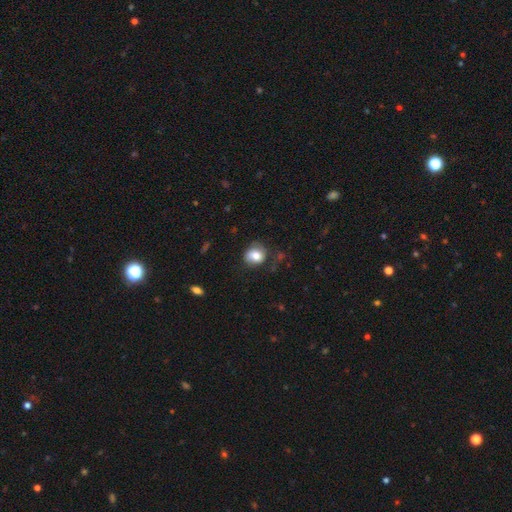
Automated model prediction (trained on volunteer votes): Smooth or featured?
  - smooth: 78% *
  - featured or disk: 13%
  - star or artifact: 9%
How rounded?
  - round: 69% *
  - in between: 30%
  - cigar-shaped: 1%
Merging?
  - none: 64% *
  - minor disturbance: 24%
  - major disturbance: 10%
  - merger: 3%